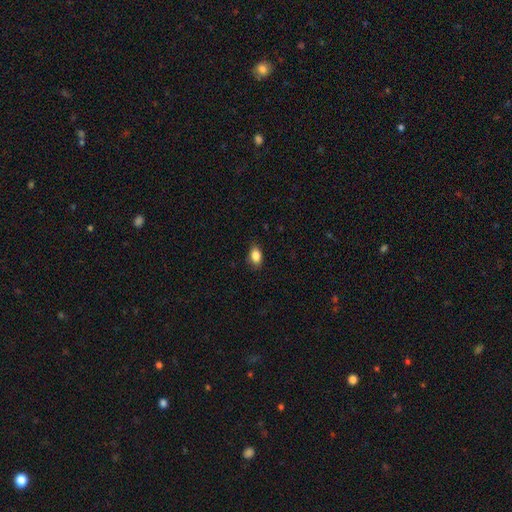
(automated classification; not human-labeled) Overall: smooth (87%). How rounded: in between (87%). Merging: none (84%).